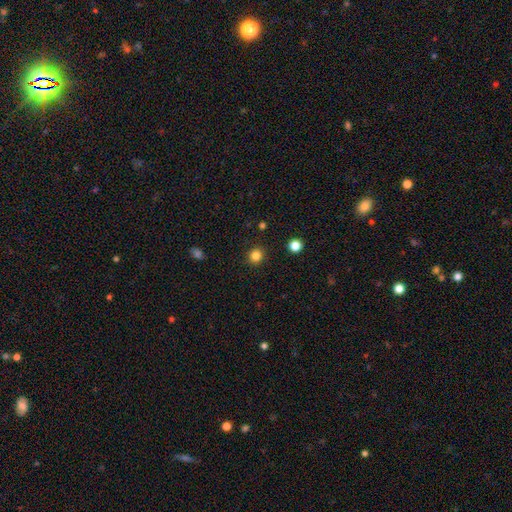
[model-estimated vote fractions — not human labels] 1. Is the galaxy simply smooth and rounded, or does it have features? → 83% smooth, 13% star or artifact, 4% featured or disk.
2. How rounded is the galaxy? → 91% round, 8% in between, 1% cigar-shaped.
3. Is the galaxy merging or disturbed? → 92% none, 5% minor disturbance, 2% major disturbance, 1% merger.